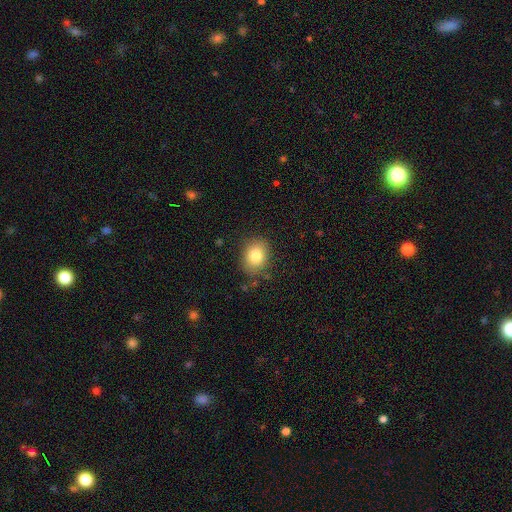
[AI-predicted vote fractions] smooth-or-featured: smooth: 80% | star or artifact: 10% | featured or disk: 10%
  how-rounded: round: 51% | in between: 48% | cigar-shaped: 1%
  merging: none: 85% | minor disturbance: 11% | major disturbance: 3% | merger: 1%